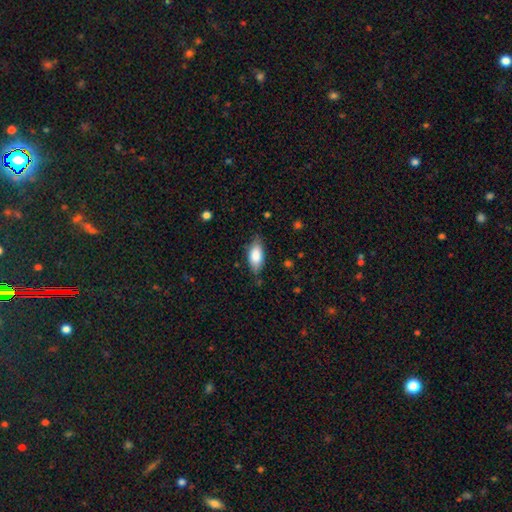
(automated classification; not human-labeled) smooth 81%, featured or disk 13%, star or artifact 6%. Down the decision tree: how rounded — in between (87%); merging — none (75%).